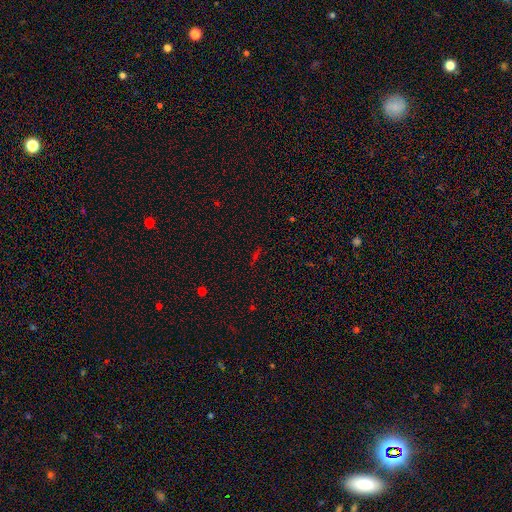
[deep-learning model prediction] Smooth or featured? star or artifact (61%)